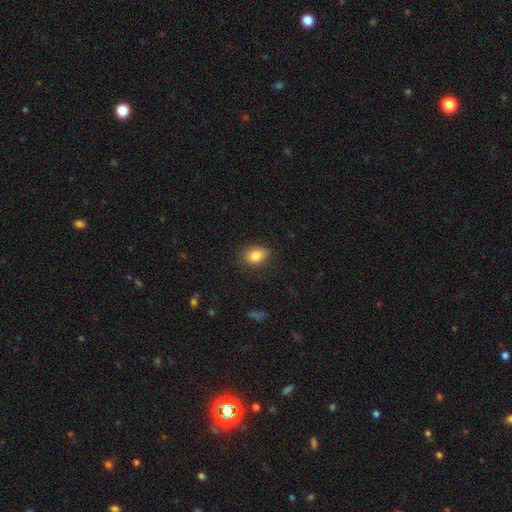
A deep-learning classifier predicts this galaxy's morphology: This is clearly a smooth galaxy (84%). How rounded: likely in between (76%). Merging: clearly none (86%).